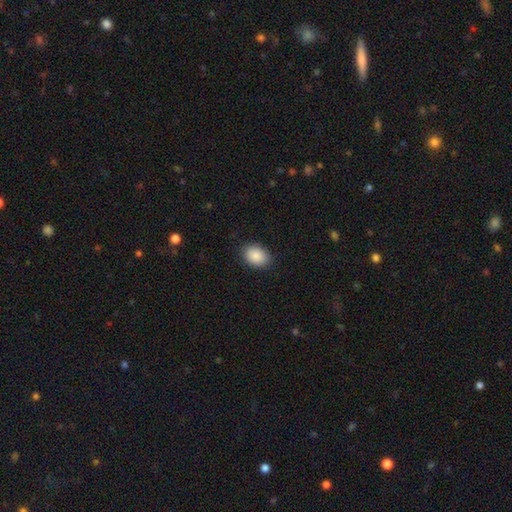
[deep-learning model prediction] smooth_or_featured: smooth (p=0.90) [alt: star or artifact p=0.07]
how_rounded: in between (p=0.70) [alt: round p=0.29]
merging: none (p=0.87) [alt: minor disturbance p=0.10]